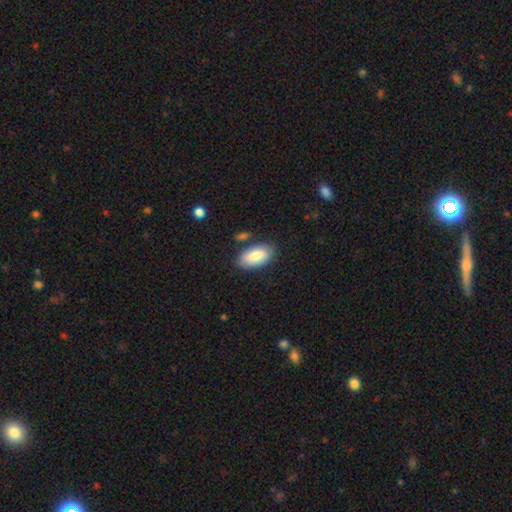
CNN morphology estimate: A smooth galaxy with no disk features (81%) that is in between round and cigar-shaped (94%).

Vote fractions:
- Smooth or featured? smooth: 81% / featured or disk: 13% / star or artifact: 6%
- How rounded? in between: 94% / cigar-shaped: 3% / round: 3%
- Merging? none: 78% / minor disturbance: 14% / merger: 5% / major disturbance: 3%